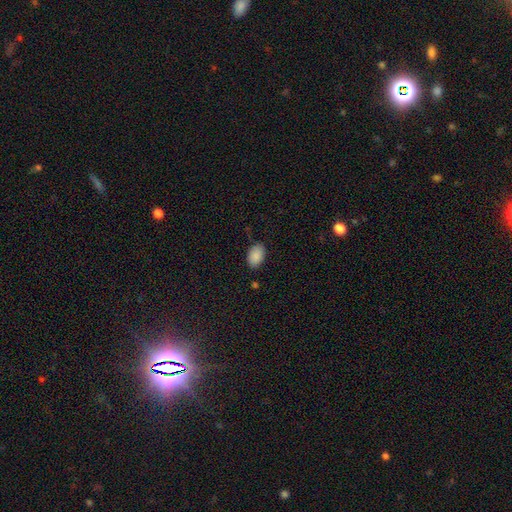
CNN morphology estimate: Smooth or featured? smooth (89%)
How rounded? in between (90%)
Merging? none (82%)